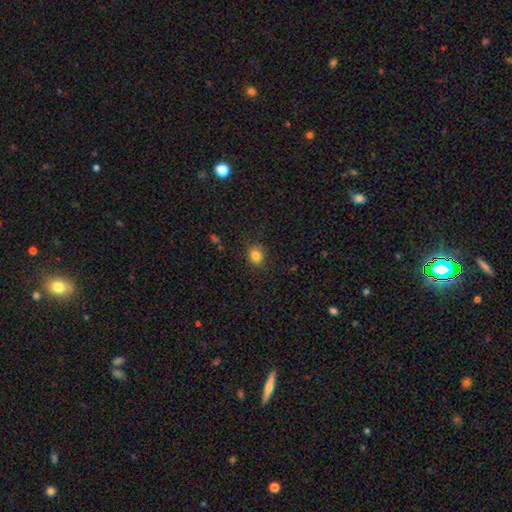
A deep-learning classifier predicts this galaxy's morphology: Smooth or featured: smooth — 83% (star or artifact — 12%)
How rounded: round — 74% (in between — 25%)
Merging: none — 86% (minor disturbance — 11%)